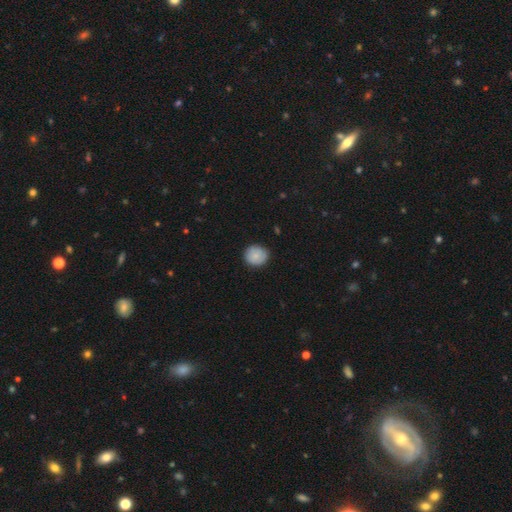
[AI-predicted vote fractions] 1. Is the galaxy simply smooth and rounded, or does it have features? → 80% smooth, 13% featured or disk, 7% star or artifact.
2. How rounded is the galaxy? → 85% round, 14% in between, 1% cigar-shaped.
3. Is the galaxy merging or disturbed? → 83% none, 14% minor disturbance, 2% major disturbance, 1% merger.